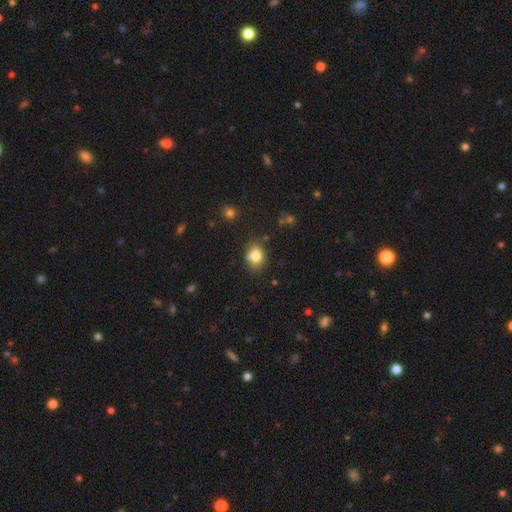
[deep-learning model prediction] smooth_or_featured: smooth (p=0.79) [alt: star or artifact p=0.11]
how_rounded: in between (p=0.51) [alt: round p=0.48]
merging: none (p=0.62) [alt: minor disturbance p=0.19]